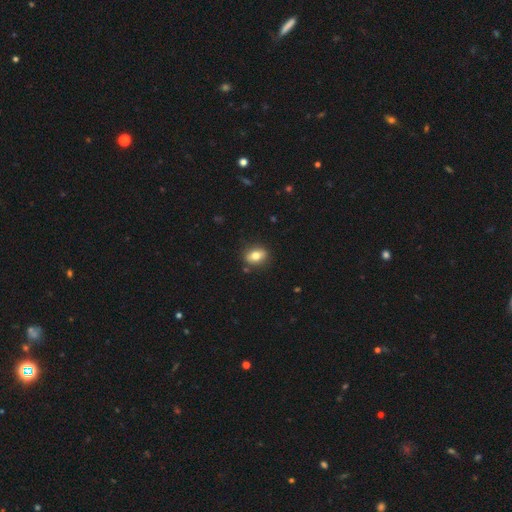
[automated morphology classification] Smooth or featured?
  - smooth: 74% *
  - featured or disk: 18%
  - star or artifact: 8%
How rounded?
  - in between: 70% *
  - round: 27%
  - cigar-shaped: 3%
Merging?
  - none: 85% *
  - minor disturbance: 10%
  - major disturbance: 2%
  - merger: 2%